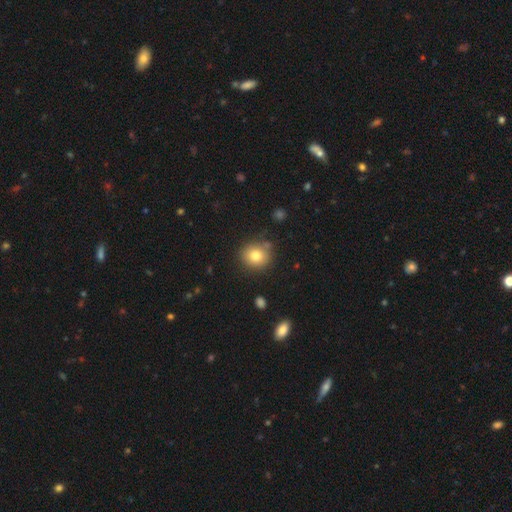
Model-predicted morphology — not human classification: The model was most divided on "how rounded": round: 81%, in between: 18%, cigar-shaped: 1%. More confident: merging — none (82%); smooth or featured — smooth (79%).